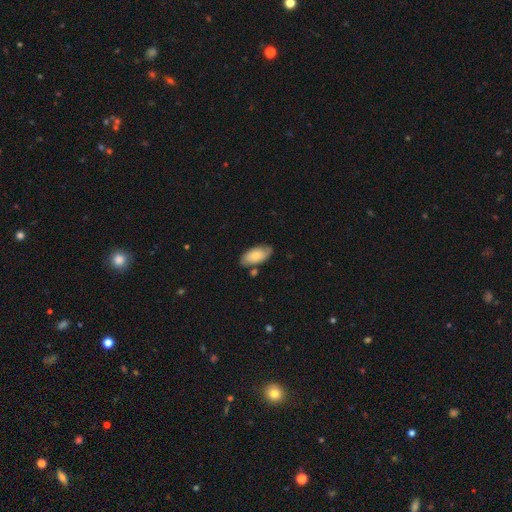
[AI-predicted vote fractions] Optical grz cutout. It shows a smooth galaxy with no disk features (66%) that is in between round and cigar-shaped (93%). Merging: none (71%).